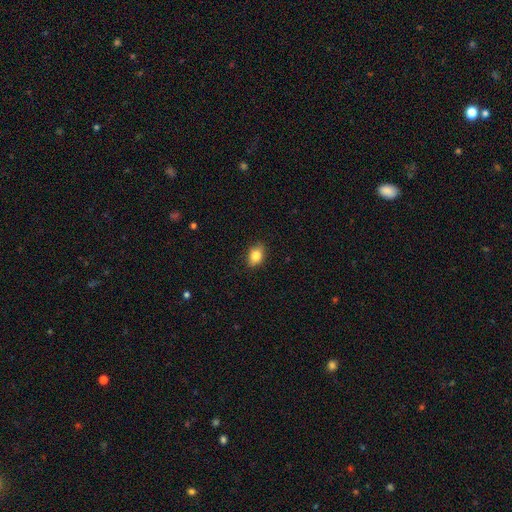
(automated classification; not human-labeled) Smooth or featured: smooth — 84% (star or artifact — 9%)
How rounded: in between — 78% (round — 21%)
Merging: none — 86% (minor disturbance — 11%)